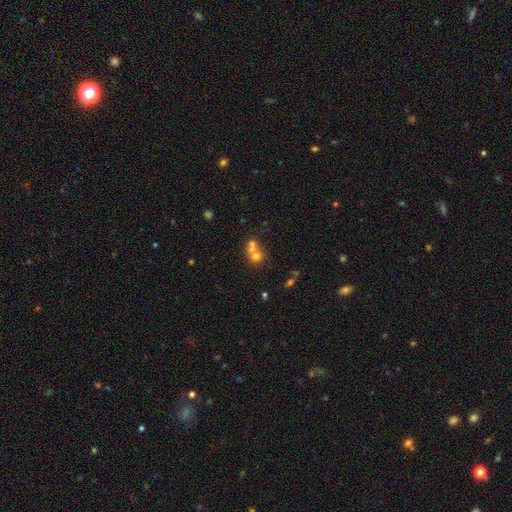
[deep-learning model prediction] Smooth or featured? smooth (63%)
How rounded? round (78%)
Merging? merger (60%)